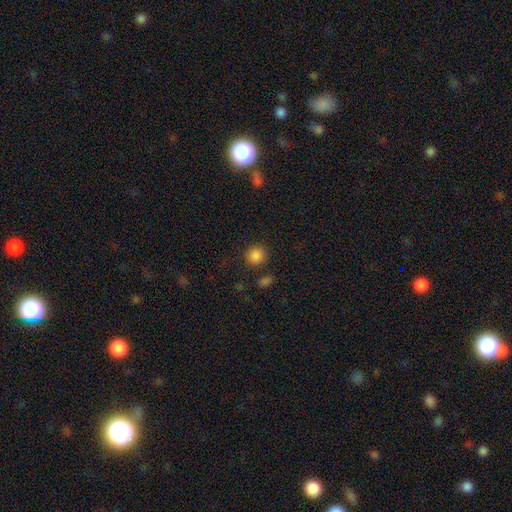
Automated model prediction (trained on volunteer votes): Overall: smooth (86%). How rounded: round (88%). Merging: none (84%).